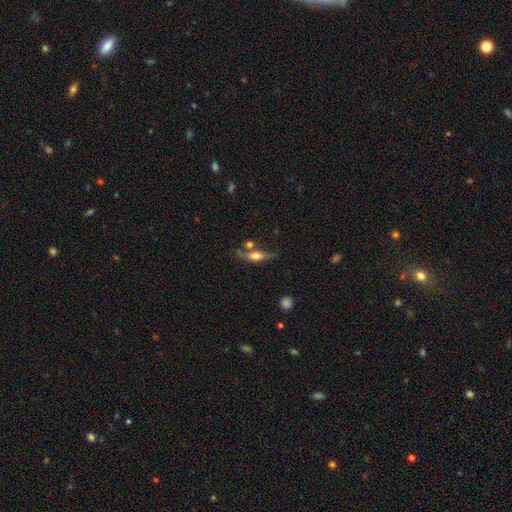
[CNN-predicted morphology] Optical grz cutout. It shows a featured or disk galaxy (49%). Merging: none (60%).